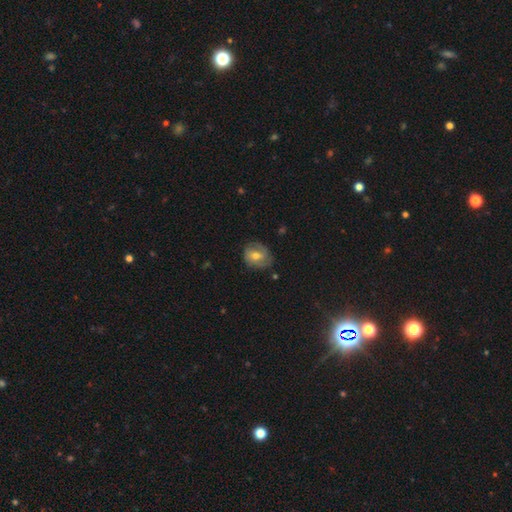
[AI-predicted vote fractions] Q: Smooth or featured?
A: smooth (52%); runner-up: featured or disk (41%)
Q: How rounded?
A: round (62%); runner-up: in between (37%)
Q: Merging?
A: none (67%); runner-up: minor disturbance (25%)